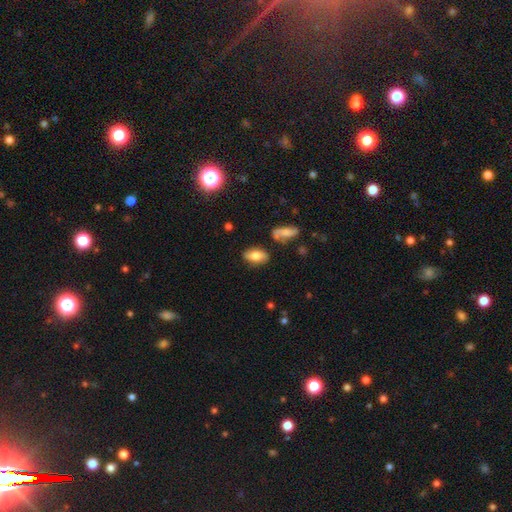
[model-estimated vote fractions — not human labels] The model was most divided on "smooth or featured": smooth: 70%, featured or disk: 22%, star or artifact: 8%. More confident: how rounded — in between (90%); merging — none (76%).